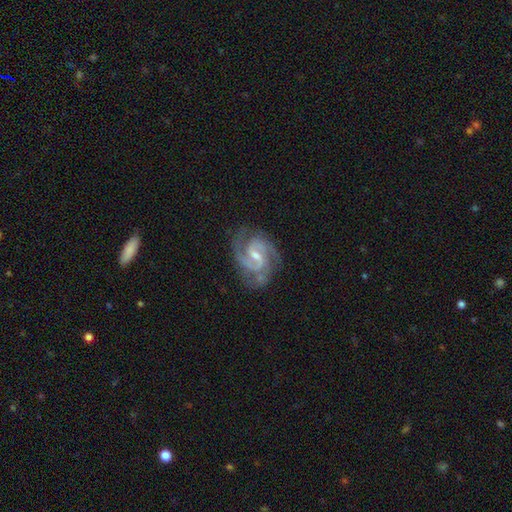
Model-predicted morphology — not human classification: smooth-or-featured: featured or disk: 92% | star or artifact: 5% | smooth: 3%
  disk-edge-on: no: 98% | yes: 2%
    bar: weak: 57% | strong: 25% | no: 19%
    has-spiral-arms: yes: 98% | no: 2%
      spiral-winding: medium: 57% | tight: 35% | loose: 8%
      spiral-arm-count: 2: 72% | 3: 17% | can't tell: 4% | 4: 2% | 1: 2% | more than 4: 2%
    bulge-size: small: 53% | moderate: 39% | none: 6% | large: 2% | dominant: 1%
  merging: none: 76% | minor disturbance: 17% | major disturbance: 6% | merger: 2%